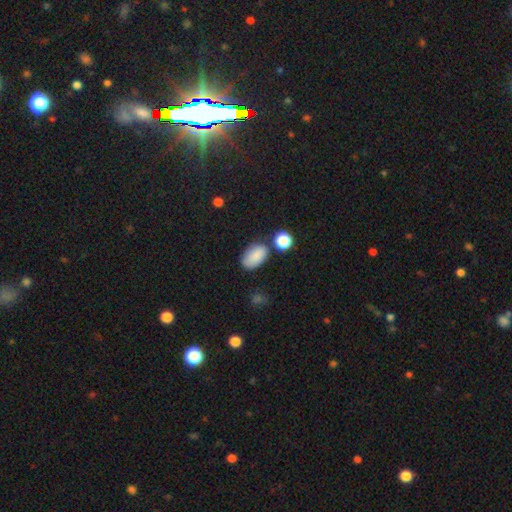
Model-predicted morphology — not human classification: A smooth galaxy with no disk features (85%) that is in between round and cigar-shaped (91%).

Vote fractions:
- Smooth or featured? smooth: 85% / star or artifact: 9% / featured or disk: 6%
- How rounded? in between: 91% / round: 8% / cigar-shaped: 1%
- Merging? none: 68% / minor disturbance: 18% / merger: 9% / major disturbance: 5%